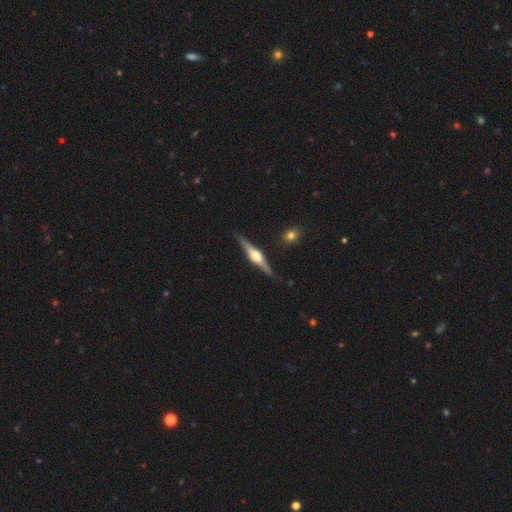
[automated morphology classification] type=featured or disk (77%); edge-on=yes (98%); edge-on bulge=rounded (89%); merging=none (87%).